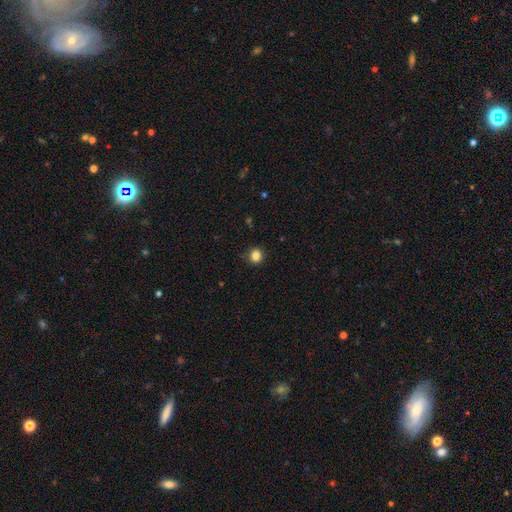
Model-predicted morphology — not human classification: Smooth or featured: smooth — 85% (star or artifact — 11%)
How rounded: round — 87% (in between — 12%)
Merging: none — 89% (minor disturbance — 8%)